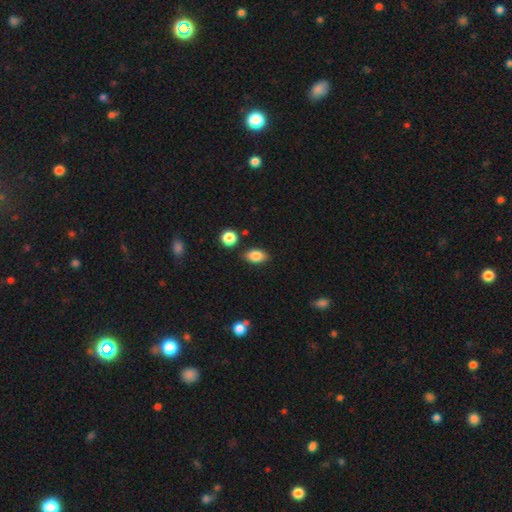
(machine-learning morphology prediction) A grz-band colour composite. It shows a smooth galaxy with no disk features (84%) that is in between round and cigar-shaped (87%). Merging: none (83%).